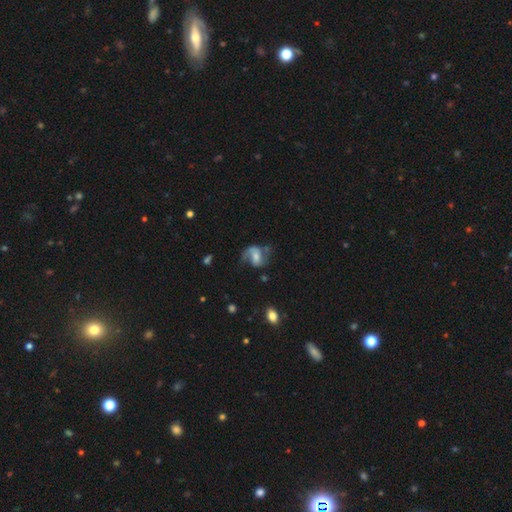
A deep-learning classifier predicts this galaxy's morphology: A featured or disk galaxy (73%) with a weak bar (45%), 2 (68%) loose (44%) spiral arms (91%) and a moderate central bulge (43%).

Vote fractions:
- Smooth or featured? featured or disk: 73% / smooth: 19% / star or artifact: 8%
- Edge-on disk? no: 97% / yes: 3%
- Bar? weak: 45% / no: 36% / strong: 19%
- Spiral arms? yes: 91% / no: 9%
- Spiral winding? loose: 44% / medium: 43% / tight: 13%
- Spiral arm count? 2: 68% / 1: 24% / can't tell: 5% / 3: 1% / 4: 1% / more than 4: 1%
- Bulge size? moderate: 43% / small: 36% / none: 10% / large: 9% / dominant: 2%
- Merging? none: 50% / major disturbance: 25% / minor disturbance: 21% / merger: 4%